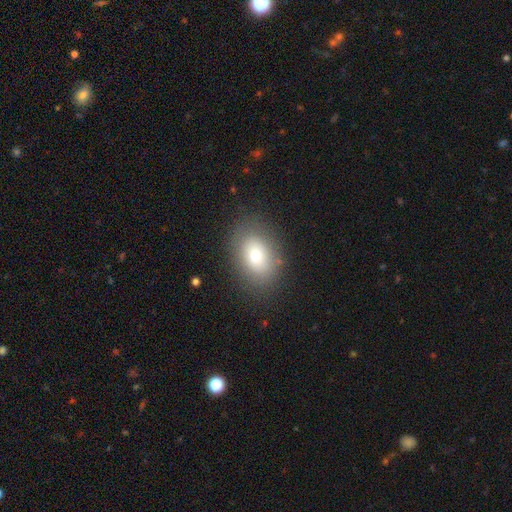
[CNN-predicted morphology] This appears to be a smooth galaxy with no disk features (76%) that is in between round and cigar-shaped (78%). Merging: none (83%).